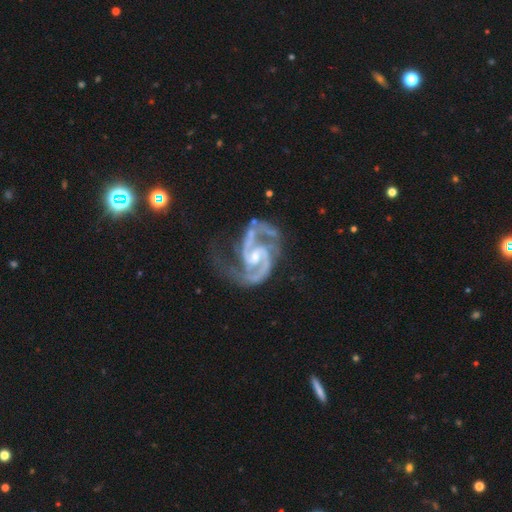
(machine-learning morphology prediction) Q: Smooth or featured?
A: featured or disk (94%); runner-up: star or artifact (4%)
Q: Edge-on disk?
A: no (98%); runner-up: yes (2%)
Q: Bar?
A: weak (48%); runner-up: no (35%)
Q: Spiral arms?
A: yes (99%); runner-up: no (1%)
Q: Spiral winding?
A: medium (61%); runner-up: tight (27%)
Q: Spiral arm count?
A: 2 (87%); runner-up: 3 (6%)
Q: Bulge size?
A: small (53%); runner-up: moderate (39%)
Q: Merging?
A: none (54%); runner-up: minor disturbance (23%)